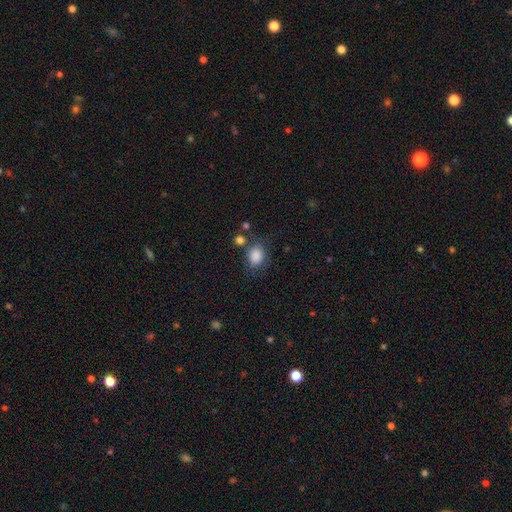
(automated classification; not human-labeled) smooth-or-featured: smooth: 86% | star or artifact: 9% | featured or disk: 5%
  how-rounded: in between: 62% | round: 37% | cigar-shaped: 1%
  merging: none: 64% | minor disturbance: 20% | merger: 9% | major disturbance: 7%